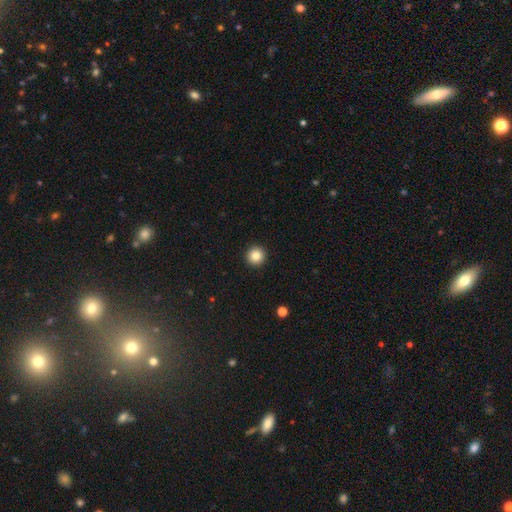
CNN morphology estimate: Smooth or featured? Predicted: smooth (p=0.85). How rounded? Predicted: round (p=0.96). Merging? Predicted: none (p=0.94).